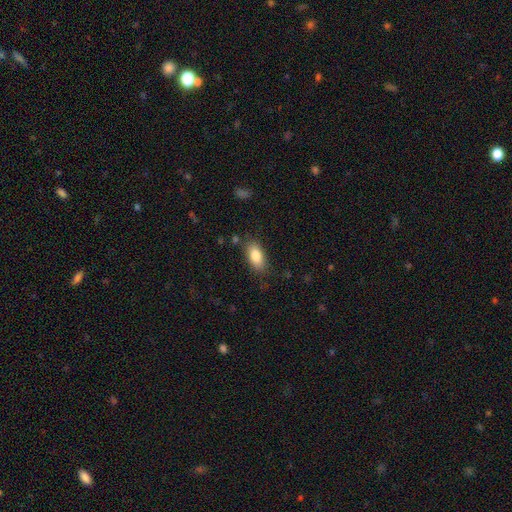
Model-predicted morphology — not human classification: This appears to be a smooth galaxy with no disk features (85%) that is in between round and cigar-shaped (89%). Merging: none (80%).